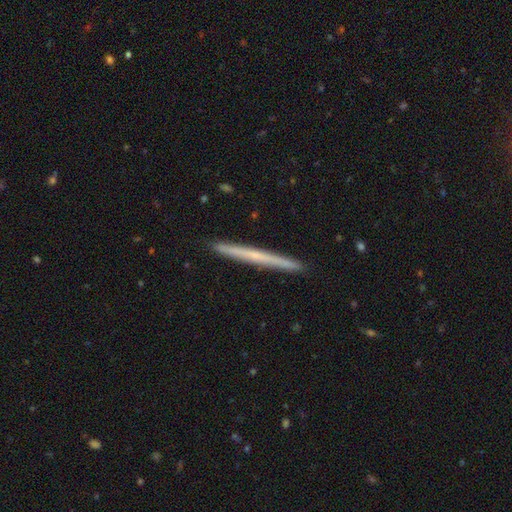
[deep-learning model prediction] The model was most divided on "smooth or featured": featured or disk: 51%, smooth: 43%, star or artifact: 6%. More confident: edge-on disk — yes (98%); merging — none (93%).